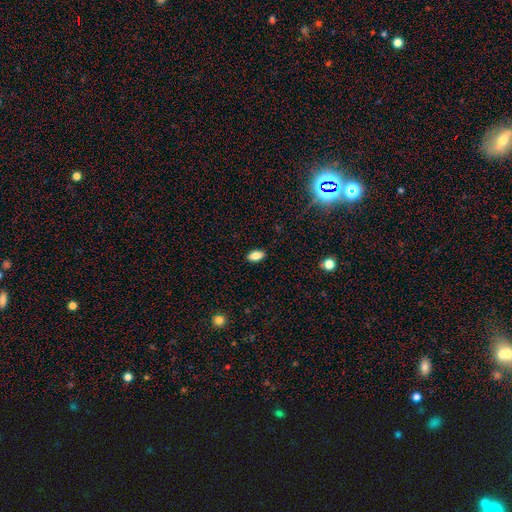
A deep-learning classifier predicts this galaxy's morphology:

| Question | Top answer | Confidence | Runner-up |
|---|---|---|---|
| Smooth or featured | smooth | 83% | star or artifact (9%) |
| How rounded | in between | 90% | round (5%) |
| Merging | none | 89% | minor disturbance (8%) |